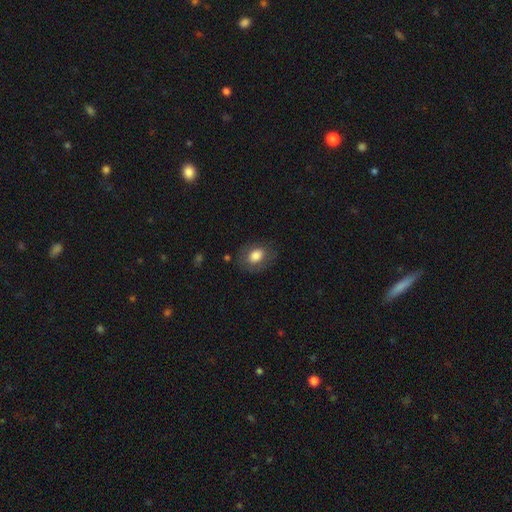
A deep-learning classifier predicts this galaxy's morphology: smooth 77%, featured or disk 16%, star or artifact 8%. Down the decision tree: how rounded — in between (73%); merging — none (76%).